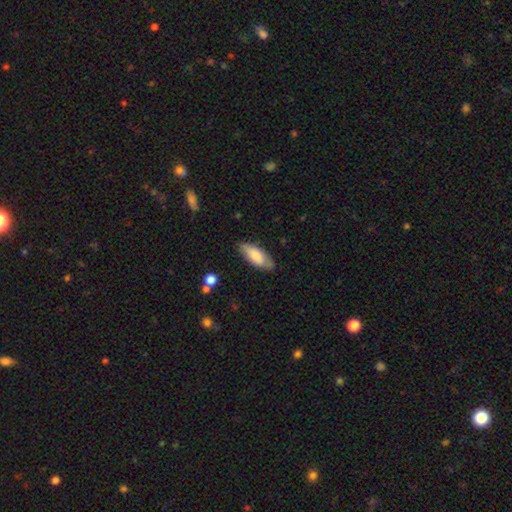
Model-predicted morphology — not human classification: smooth-or-featured: smooth: 74% | featured or disk: 20% | star or artifact: 6%
  how-rounded: in between: 77% | cigar-shaped: 21% | round: 2%
  merging: none: 78% | minor disturbance: 17% | major disturbance: 3% | merger: 2%